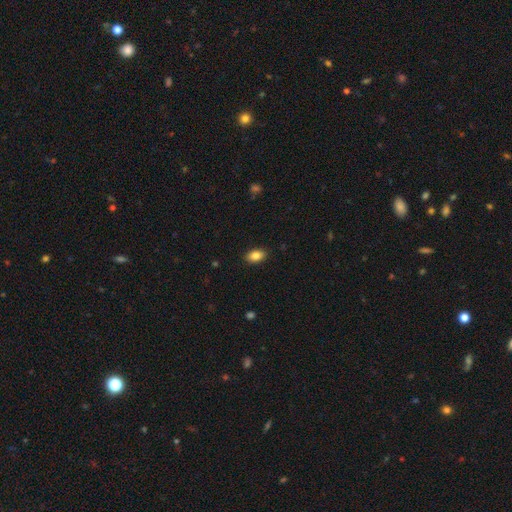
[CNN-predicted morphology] Overall: smooth (86%). How rounded: in between (89%). Merging: none (89%).